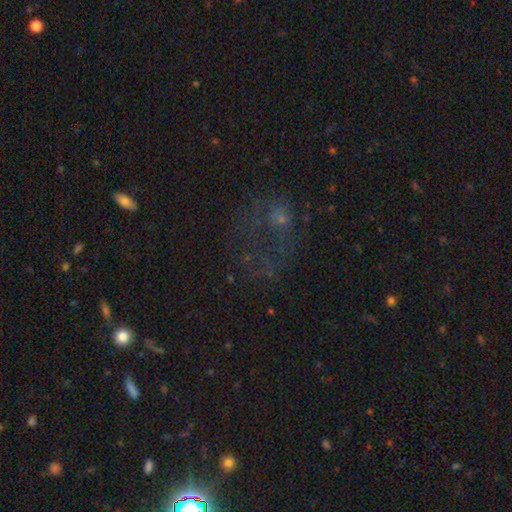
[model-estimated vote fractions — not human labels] This appears to be a star or artifact, not a galaxy (47%).